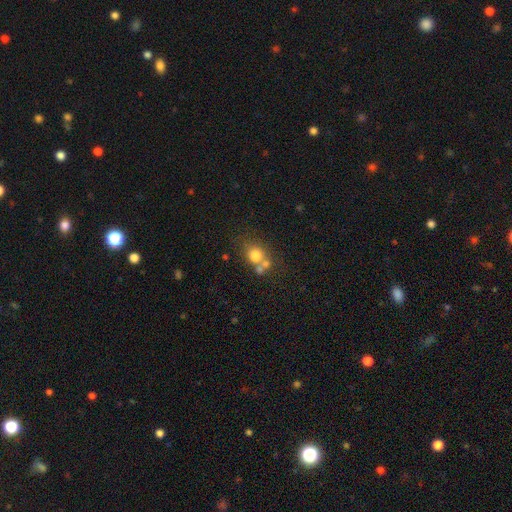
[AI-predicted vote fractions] Q: Smooth or featured?
A: smooth (73%); runner-up: featured or disk (14%)
Q: How rounded?
A: round (73%); runner-up: in between (26%)
Q: Merging?
A: none (44%); runner-up: merger (39%)